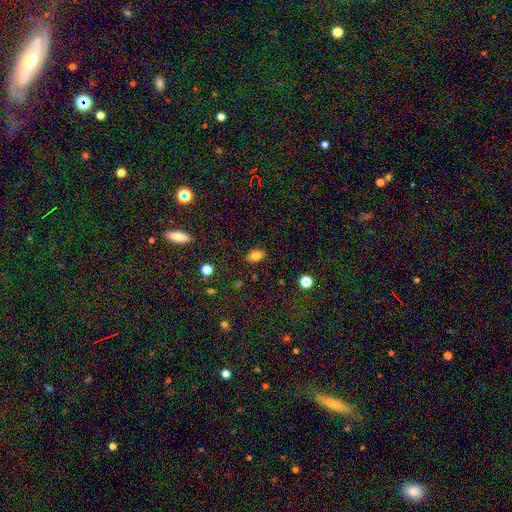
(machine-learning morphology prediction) Smooth or featured? smooth (83%)
How rounded? in between (82%)
Merging? none (85%)